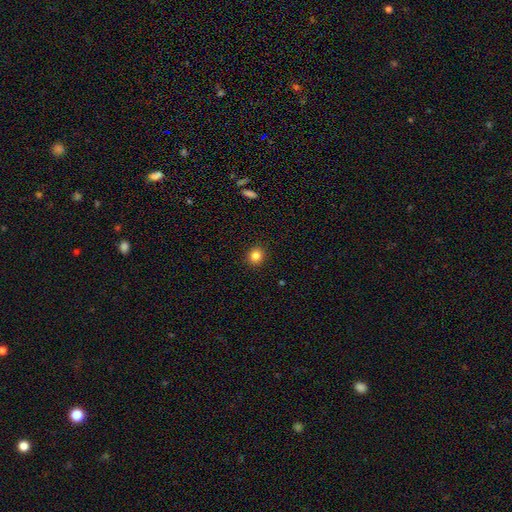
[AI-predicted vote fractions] Smooth or featured? smooth (84%)
How rounded? round (86%)
Merging? none (92%)